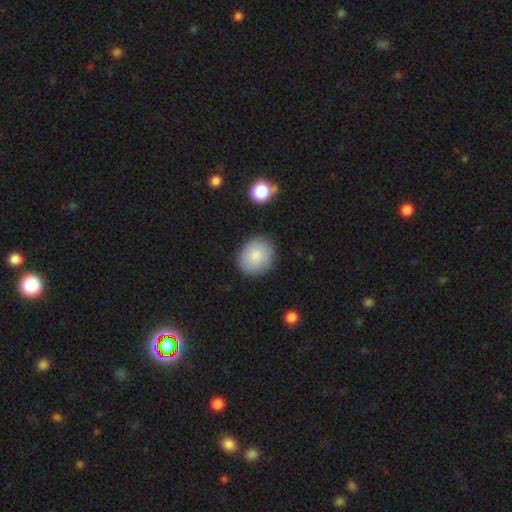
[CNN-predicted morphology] type=smooth (85%); roundness=round (71%); merging=none (85%).